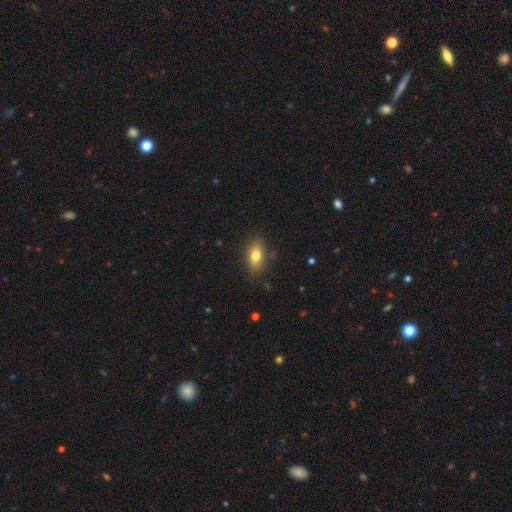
A smooth galaxy with no disk features (85%) that is in between round and cigar-shaped (89%). Merging: none (83%).